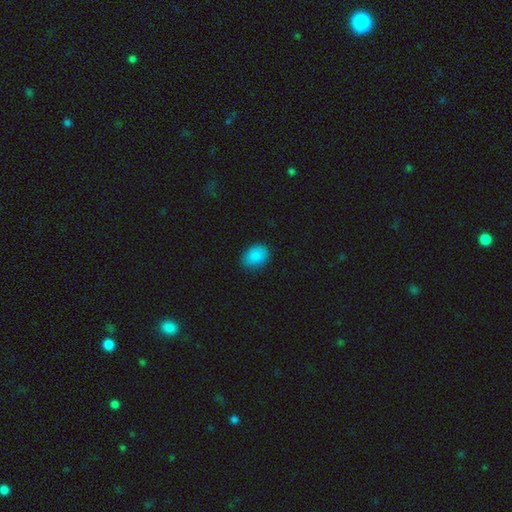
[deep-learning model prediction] This is clearly a smooth galaxy (87%). How rounded: likely in between (62%). Merging: likely none (80%).